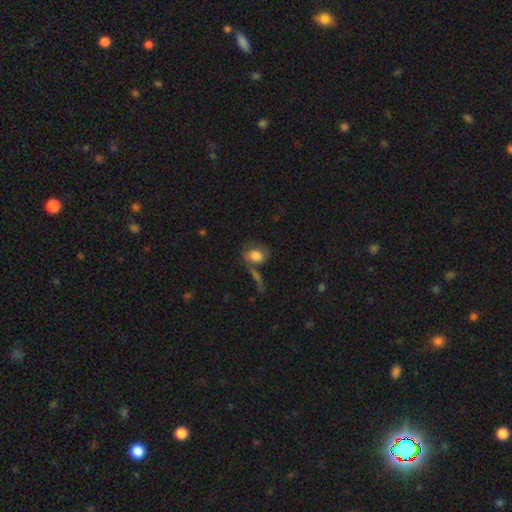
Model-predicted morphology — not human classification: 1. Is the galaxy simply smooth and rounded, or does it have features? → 72% smooth, 19% featured or disk, 9% star or artifact.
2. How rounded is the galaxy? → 52% in between, 46% round, 2% cigar-shaped.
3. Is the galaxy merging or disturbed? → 47% none, 20% minor disturbance, 19% merger, 14% major disturbance.